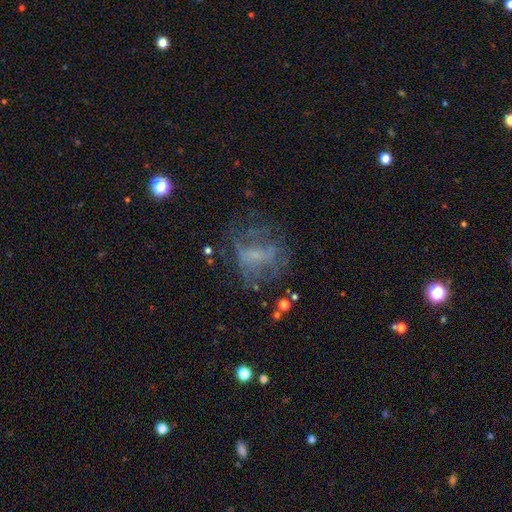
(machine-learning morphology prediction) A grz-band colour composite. It shows a featured or disk galaxy (52%). Merging: none (51%).